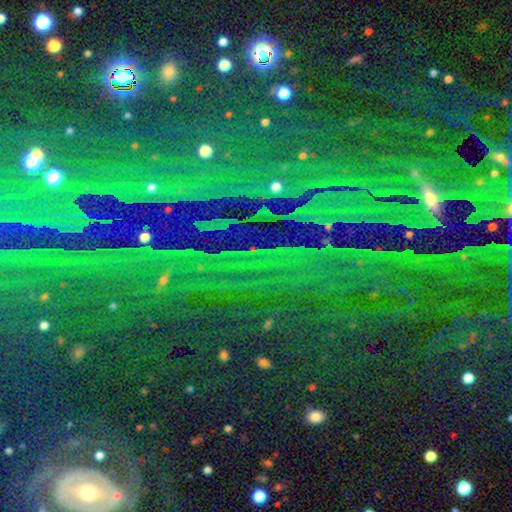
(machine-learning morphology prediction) Overall: star or artifact (87%).